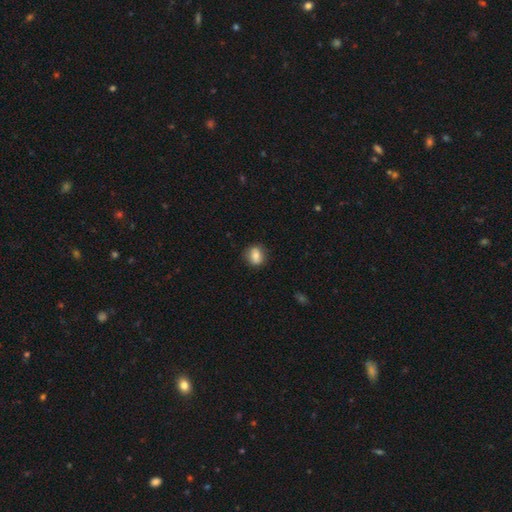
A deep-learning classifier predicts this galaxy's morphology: This appears to be a smooth galaxy with no disk features (78%) that is round (56%). Merging: none (83%).